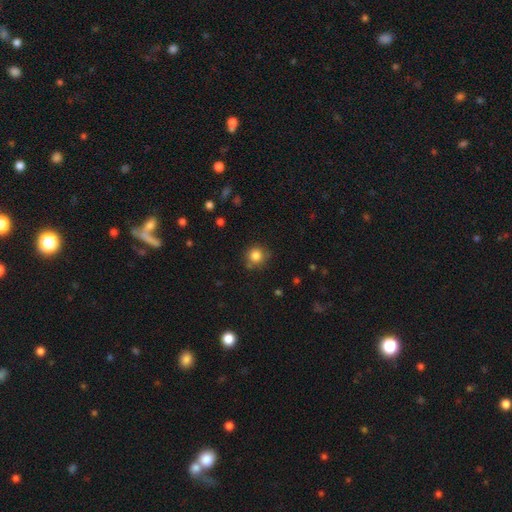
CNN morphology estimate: type=smooth (84%); roundness=round (91%); merging=none (77%).